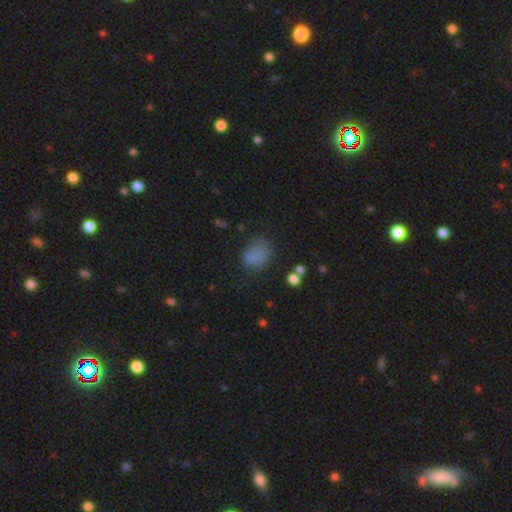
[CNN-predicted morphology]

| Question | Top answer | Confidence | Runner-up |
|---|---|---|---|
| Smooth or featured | smooth | 74% | star or artifact (15%) |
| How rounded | in between | 61% | round (37%) |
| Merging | none | 57% | minor disturbance (25%) |